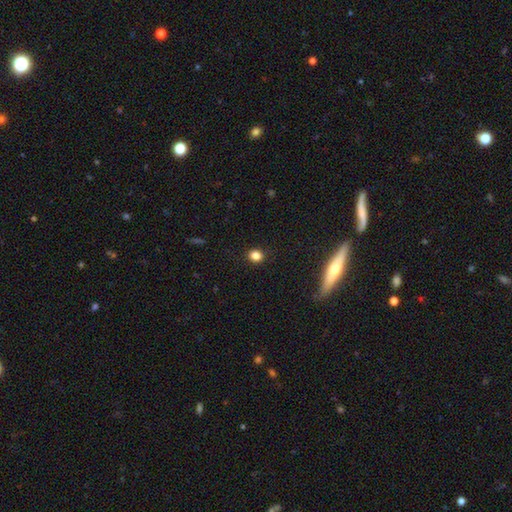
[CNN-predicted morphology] Overall: smooth (83%). How rounded: round (73%). Merging: none (89%).